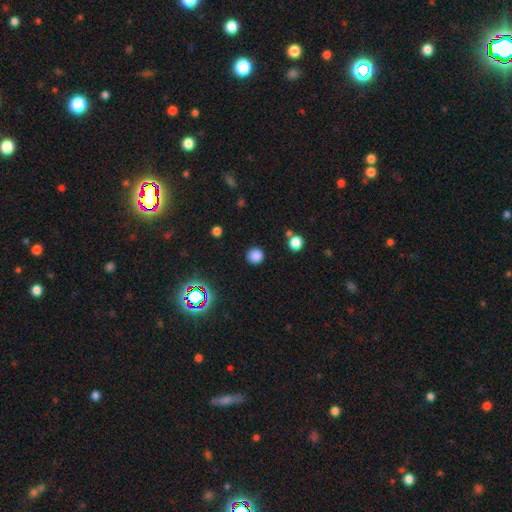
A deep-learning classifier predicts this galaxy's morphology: Overall: smooth (80%). How rounded: round (92%). Merging: none (88%).